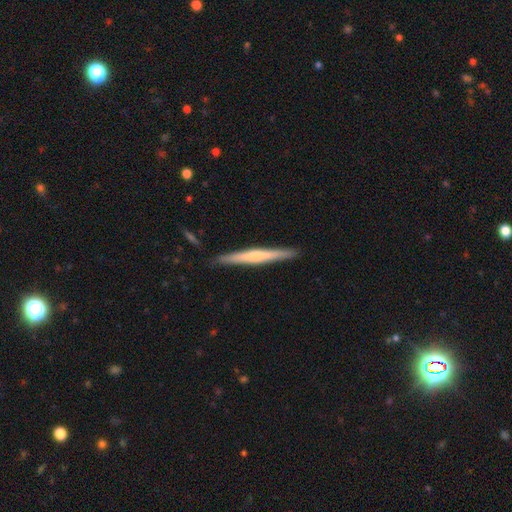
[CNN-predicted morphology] featured or disk 55%, smooth 40%, star or artifact 5%. Down the decision tree: edge-on disk — yes (97%); edge-on bulge — rounded (54%); merging — none (91%).